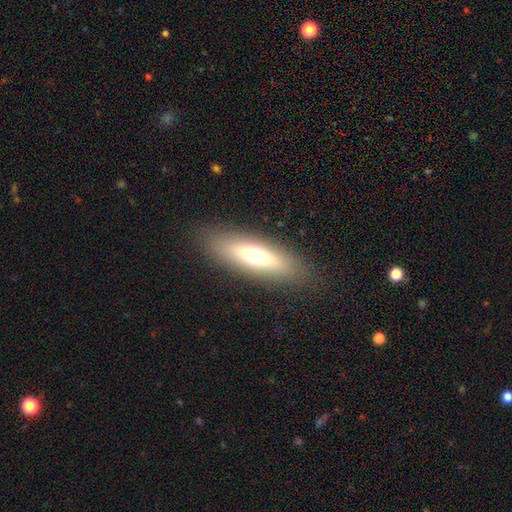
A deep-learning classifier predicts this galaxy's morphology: smooth 59%, featured or disk 32%, star or artifact 9%. Down the decision tree: how rounded — cigar-shaped (53%); merging — none (86%).